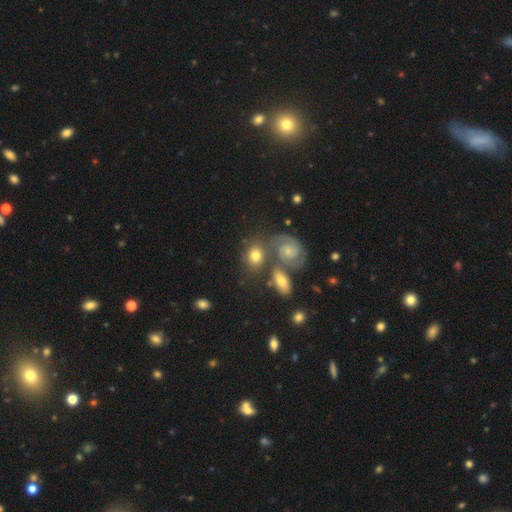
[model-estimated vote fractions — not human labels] Q: Smooth or featured?
A: smooth (52%); runner-up: featured or disk (39%)
Q: How rounded?
A: in between (51%); runner-up: round (47%)
Q: Merging?
A: none (50%); runner-up: merger (31%)